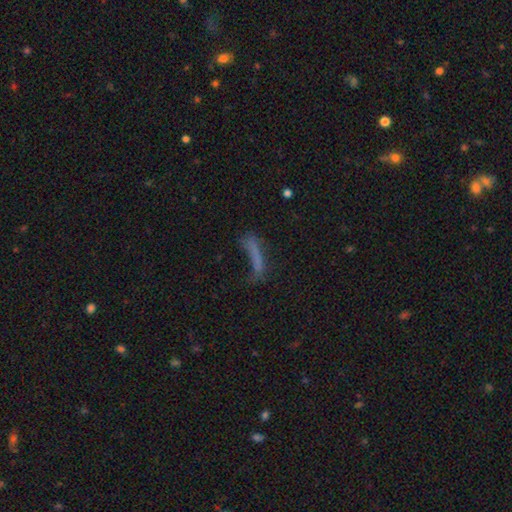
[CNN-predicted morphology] smooth 61%, featured or disk 23%, star or artifact 16%. Down the decision tree: how rounded — cigar-shaped (80%); merging — none (42%).